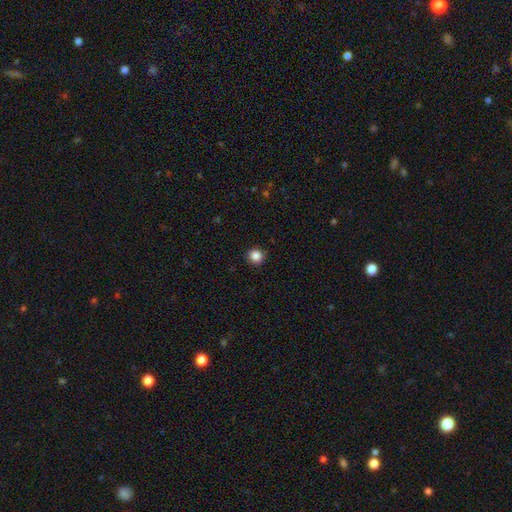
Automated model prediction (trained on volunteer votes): Smooth or featured?
  - smooth: 86% *
  - star or artifact: 10%
  - featured or disk: 3%
How rounded?
  - round: 93% *
  - in between: 6%
  - cigar-shaped: 1%
Merging?
  - none: 92% *
  - minor disturbance: 6%
  - major disturbance: 2%
  - merger: 1%